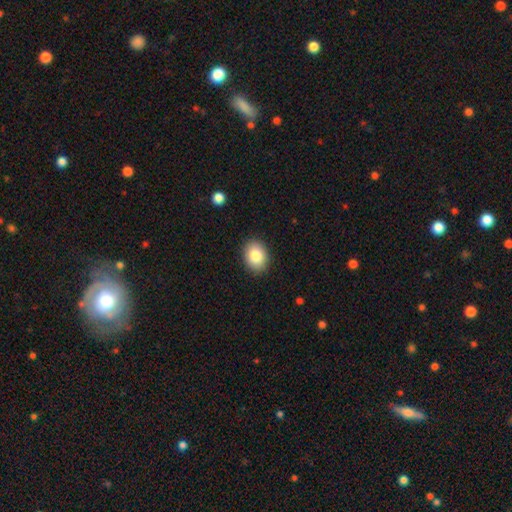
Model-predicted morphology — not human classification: smooth_or_featured: smooth (p=0.85) [alt: star or artifact p=0.08]
how_rounded: in between (p=0.62) [alt: round p=0.37]
merging: none (p=0.90) [alt: minor disturbance p=0.07]